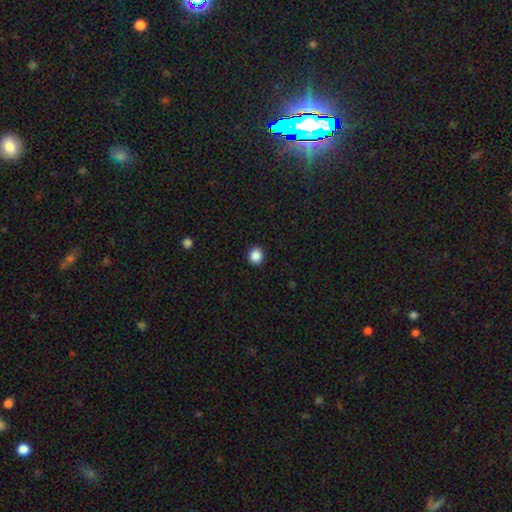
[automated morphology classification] A smooth galaxy with no disk features (88%) that is round (87%).

Vote fractions:
- Smooth or featured? smooth: 88% / star or artifact: 10% / featured or disk: 3%
- How rounded? round: 87% / in between: 12% / cigar-shaped: 1%
- Merging? none: 92% / minor disturbance: 5% / major disturbance: 2% / merger: 1%